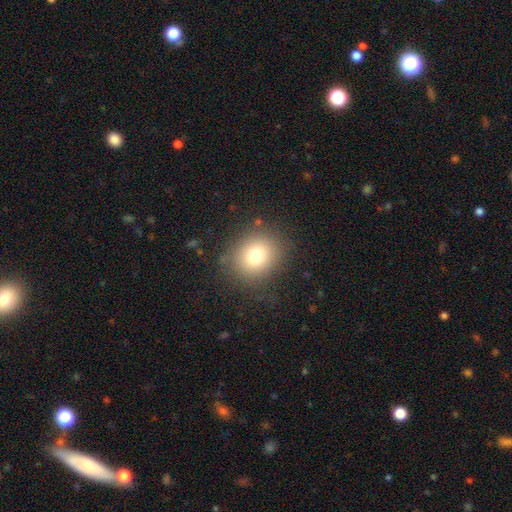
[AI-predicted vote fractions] smooth 77%, star or artifact 13%, featured or disk 10%. Down the decision tree: how rounded — round (75%); merging — none (82%).